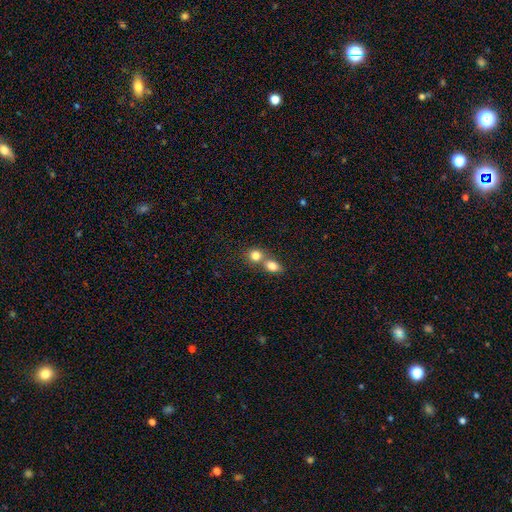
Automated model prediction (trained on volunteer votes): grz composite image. It shows a smooth galaxy with no disk features (81%) that is round (71%). Merging: merger (55%).